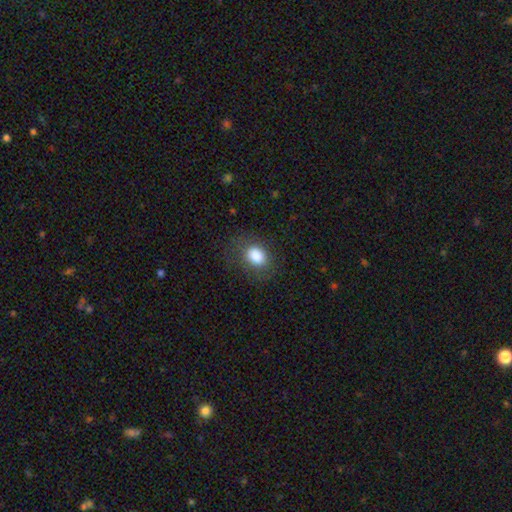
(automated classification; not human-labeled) smooth 85%, star or artifact 8%, featured or disk 7%. Down the decision tree: how rounded — in between (64%); merging — none (75%).